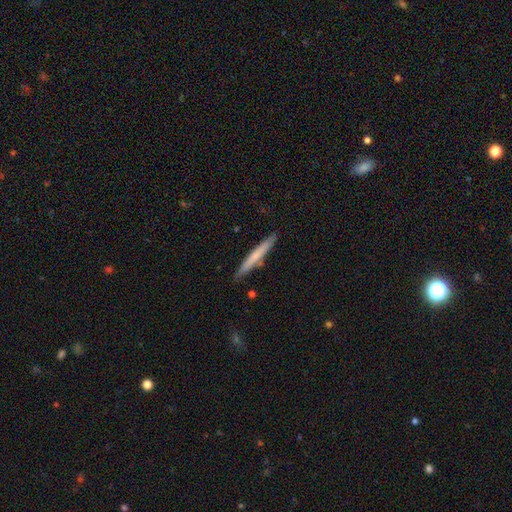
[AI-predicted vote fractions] smooth_or_featured: smooth (p=0.62) [alt: featured or disk p=0.32]
how_rounded: cigar-shaped (p=0.96) [alt: in between p=0.03]
merging: none (p=0.87) [alt: minor disturbance p=0.09]